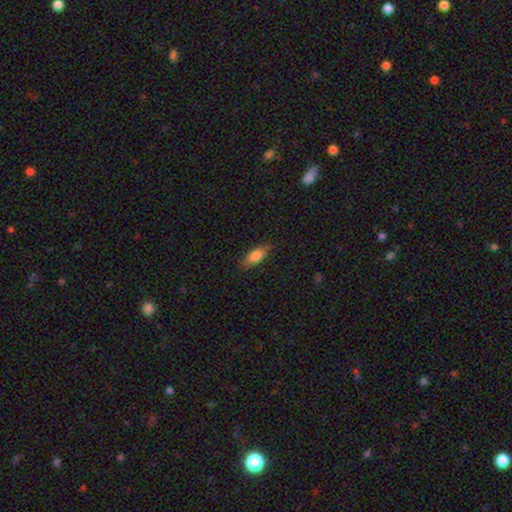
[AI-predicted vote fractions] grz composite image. It shows a smooth galaxy with no disk features (75%) that is in between round and cigar-shaped (73%). Merging: none (79%).